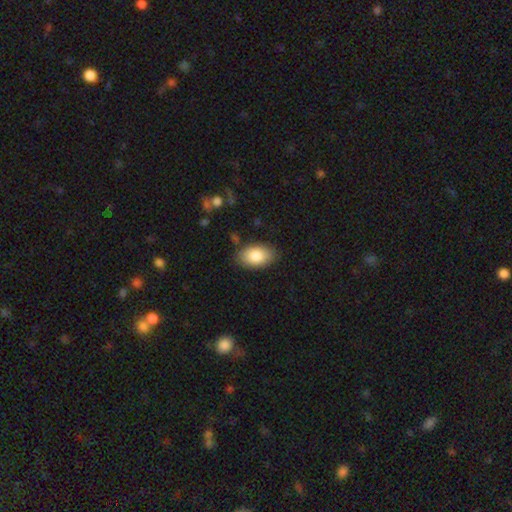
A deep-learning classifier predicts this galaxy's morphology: Smooth or featured: smooth — 84% (featured or disk — 10%)
How rounded: in between — 92% (round — 6%)
Merging: none — 83% (minor disturbance — 12%)